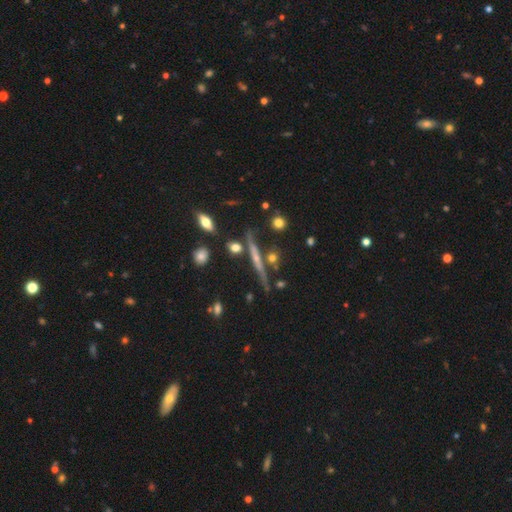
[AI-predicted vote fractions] Smooth or featured? Predicted: featured or disk (p=0.69). Edge-on disk? Predicted: yes (p=0.96). Edge-on bulge? Predicted: rounded (p=0.50). Merging? Predicted: none (p=0.81).